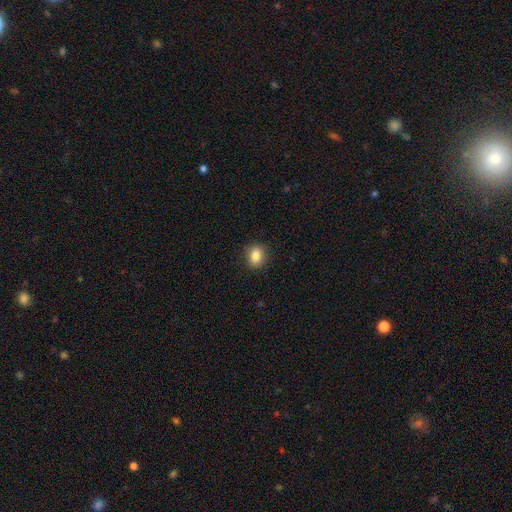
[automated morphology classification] A smooth galaxy with no disk features (84%) that is round (52%). Merging: none (88%).